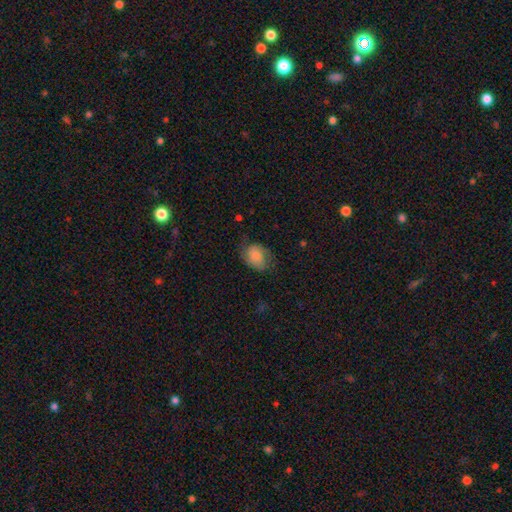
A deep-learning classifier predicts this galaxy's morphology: A smooth galaxy with no disk features (73%) that is in between round and cigar-shaped (66%).

Vote fractions:
- Smooth or featured? smooth: 73% / featured or disk: 19% / star or artifact: 8%
- How rounded? in between: 66% / round: 33% / cigar-shaped: 1%
- Merging? none: 58% / minor disturbance: 28% / major disturbance: 12% / merger: 1%